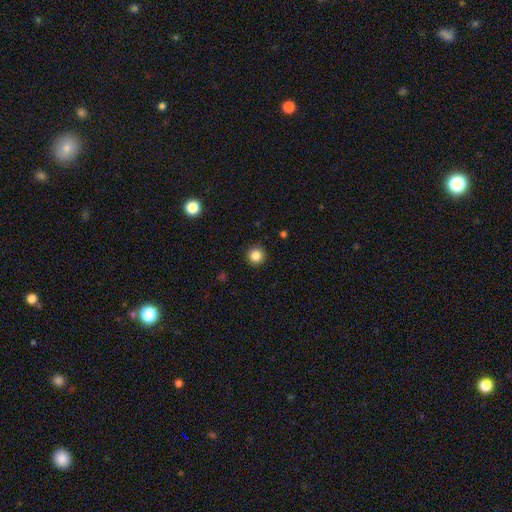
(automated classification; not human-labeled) This appears to be a smooth galaxy with no disk features (84%) that is round (95%). Merging: none (93%).